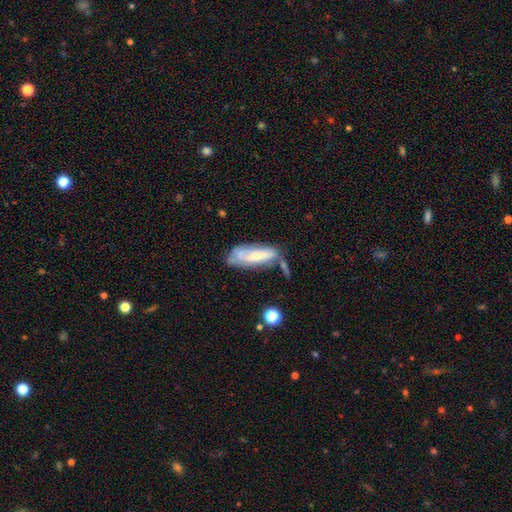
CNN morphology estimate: Smooth or featured? featured or disk (48%)
Merging? none (40%)